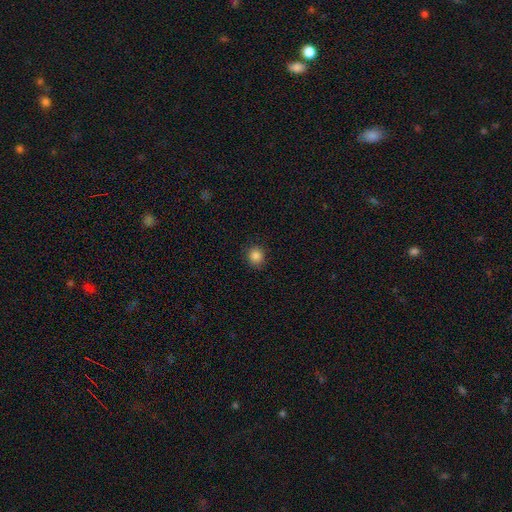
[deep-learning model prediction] Q: Smooth or featured?
A: smooth (84%); runner-up: star or artifact (12%)
Q: How rounded?
A: round (84%); runner-up: in between (15%)
Q: Merging?
A: none (90%); runner-up: minor disturbance (7%)